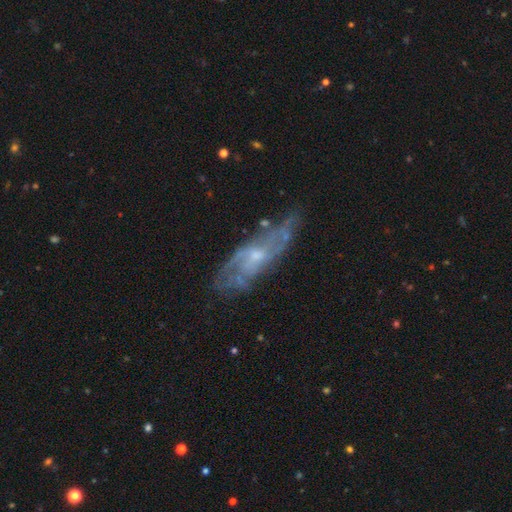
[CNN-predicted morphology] A featured or disk galaxy (76%) with no bar (68%), spiral arms (79%) and a small central bulge (60%).

Vote fractions:
- Smooth or featured? featured or disk: 76% / smooth: 16% / star or artifact: 9%
- Edge-on disk? no: 80% / yes: 20%
- Bar? no: 68% / weak: 28% / strong: 5%
- Spiral arms? yes: 79% / no: 21%
- Bulge size? small: 60% / moderate: 32% / none: 5% / large: 1% / dominant: 1%
- Merging? none: 65% / minor disturbance: 22% / major disturbance: 10% / merger: 3%